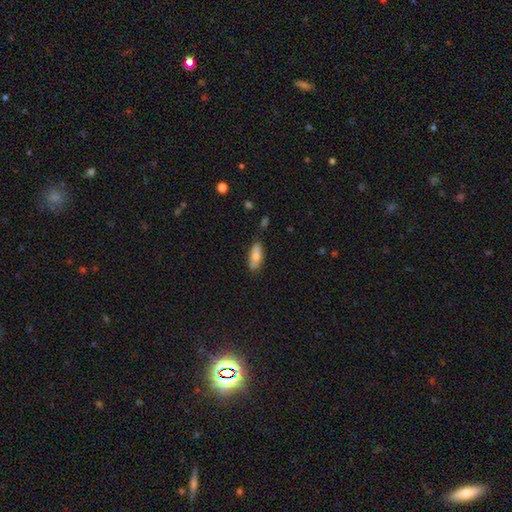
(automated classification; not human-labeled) smooth-or-featured: smooth: 79% | featured or disk: 15% | star or artifact: 6%
  how-rounded: in between: 68% | cigar-shaped: 30% | round: 2%
  merging: none: 77% | minor disturbance: 17% | major disturbance: 3% | merger: 3%